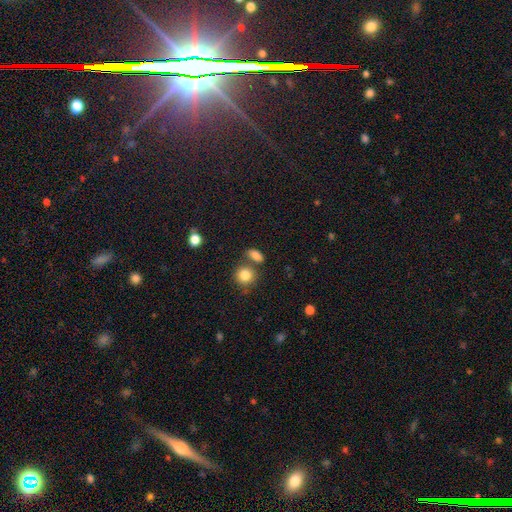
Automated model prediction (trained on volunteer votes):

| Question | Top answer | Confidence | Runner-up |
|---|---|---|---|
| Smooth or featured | smooth | 83% | star or artifact (10%) |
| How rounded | in between | 76% | round (18%) |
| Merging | none | 65% | merger (18%) |